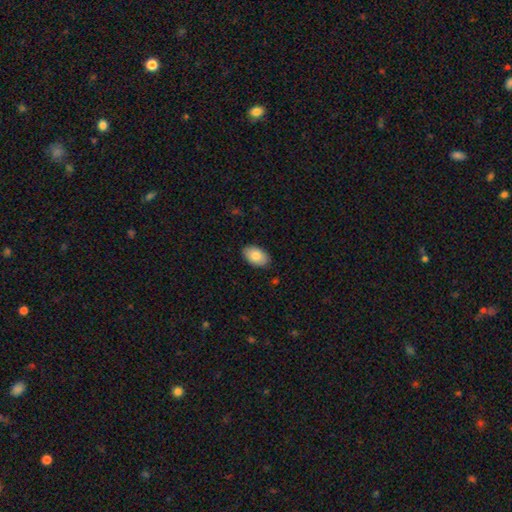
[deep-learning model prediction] A smooth galaxy with no disk features (83%) that is in between round and cigar-shaped (92%). Merging: none (87%).